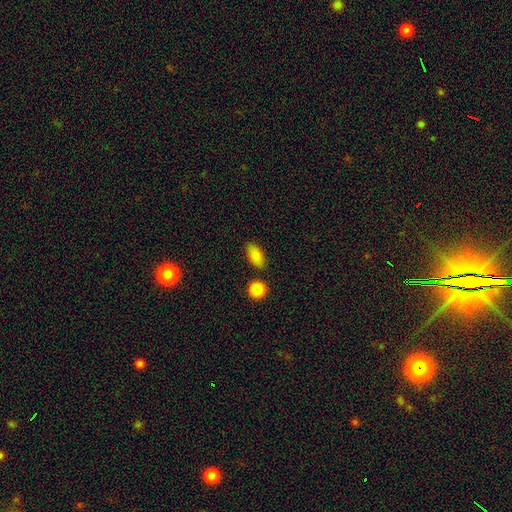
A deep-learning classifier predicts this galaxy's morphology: A smooth galaxy with no disk features (86%) that is in between round and cigar-shaped (88%).

Vote fractions:
- Smooth or featured? smooth: 86% / star or artifact: 8% / featured or disk: 5%
- How rounded? in between: 88% / round: 6% / cigar-shaped: 6%
- Merging? none: 82% / minor disturbance: 11% / merger: 4% / major disturbance: 3%